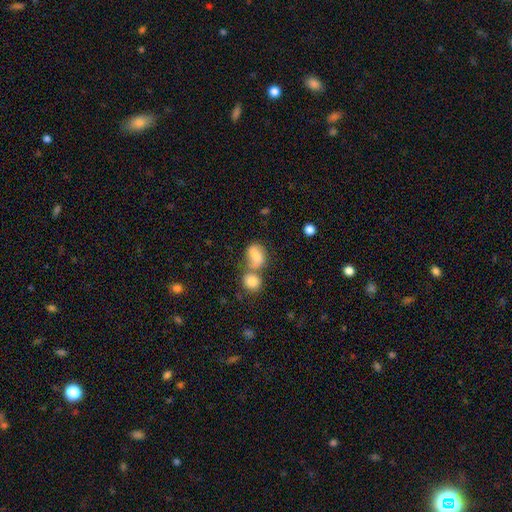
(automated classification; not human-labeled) Smooth or featured: smooth — 76% (featured or disk — 15%)
How rounded: in between — 68% (round — 29%)
Merging: merger — 52% (none — 30%)